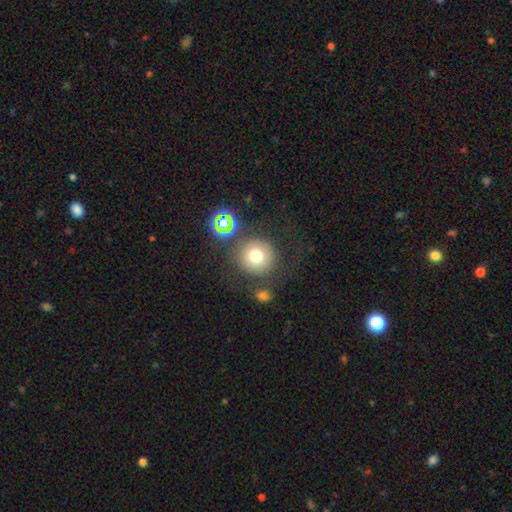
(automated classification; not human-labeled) Smooth or featured: smooth — 72% (star or artifact — 15%)
How rounded: round — 93% (in between — 6%)
Merging: none — 72% (minor disturbance — 12%)